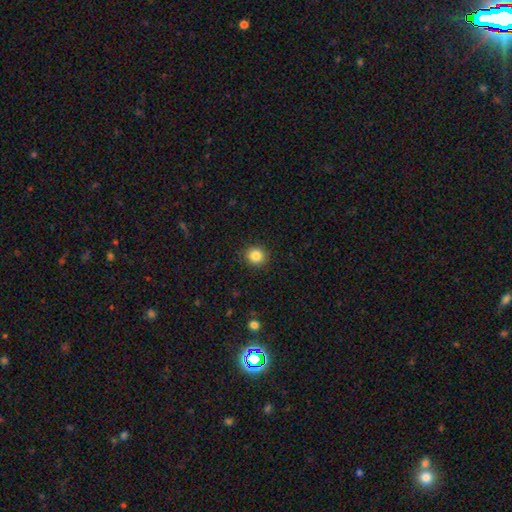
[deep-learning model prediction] smooth 85%, star or artifact 10%, featured or disk 5%. Down the decision tree: how rounded — round (90%); merging — none (91%).